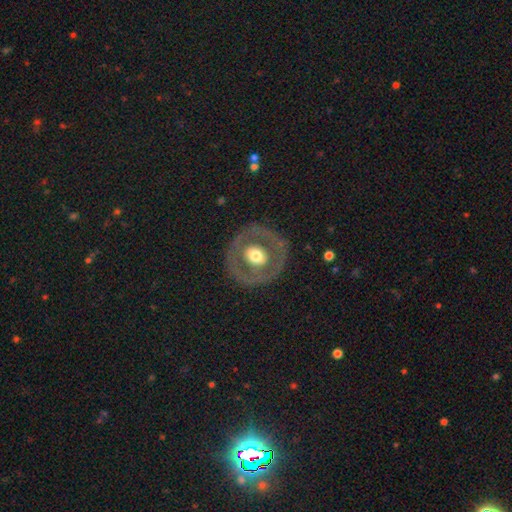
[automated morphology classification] A featured or disk galaxy (54%) with no bar (79%), no spiral arms (90%) and a moderate central bulge (59%). Merging: none (80%).